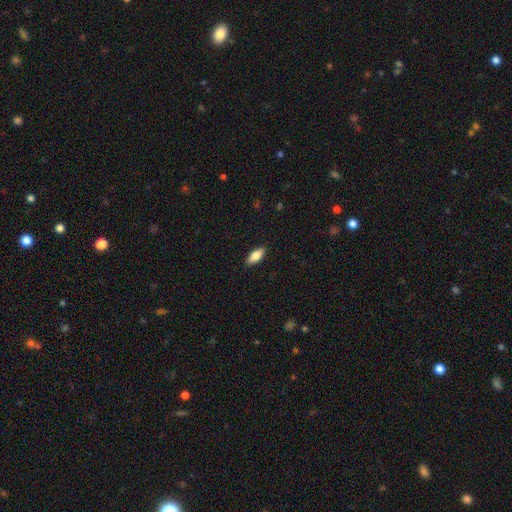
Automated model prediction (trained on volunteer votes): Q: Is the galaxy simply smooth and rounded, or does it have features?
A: smooth — 77%.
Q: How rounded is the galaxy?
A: in between — 75%.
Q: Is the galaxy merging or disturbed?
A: none — 89%.